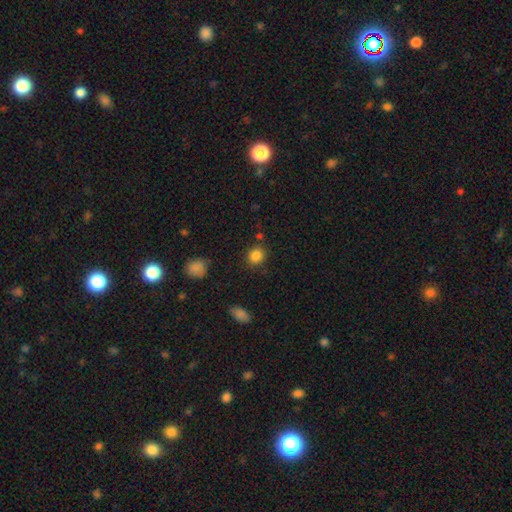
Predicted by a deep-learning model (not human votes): Smooth or featured?
  - smooth: 85% *
  - star or artifact: 10%
  - featured or disk: 4%
How rounded?
  - round: 76% *
  - in between: 23%
  - cigar-shaped: 1%
Merging?
  - none: 84% *
  - minor disturbance: 10%
  - merger: 4%
  - major disturbance: 3%